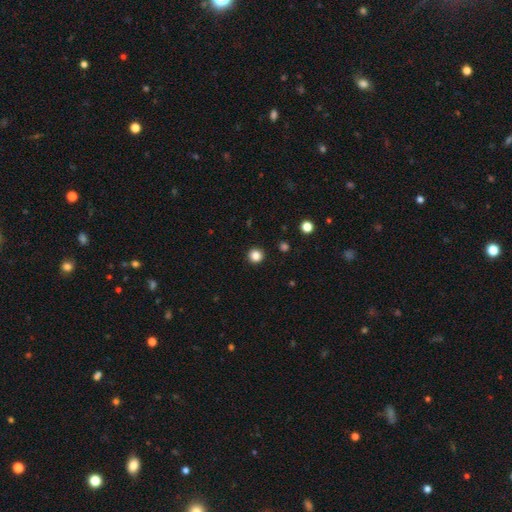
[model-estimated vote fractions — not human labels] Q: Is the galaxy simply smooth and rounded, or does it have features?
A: smooth — 85%.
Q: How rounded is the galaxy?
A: round — 95%.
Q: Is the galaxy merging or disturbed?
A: none — 93%.